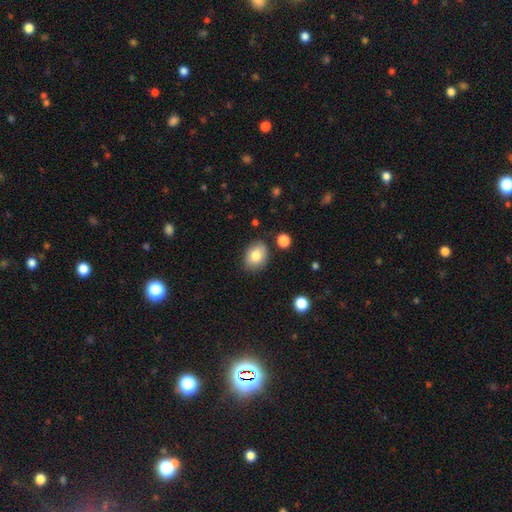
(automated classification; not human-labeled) Morphology: type=smooth (80%); roundness=in between (62%); merging=none (79%).